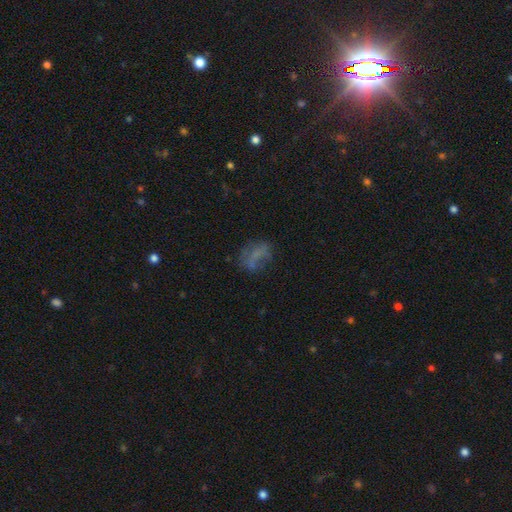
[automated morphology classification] type=smooth (49%); merging=none (47%).